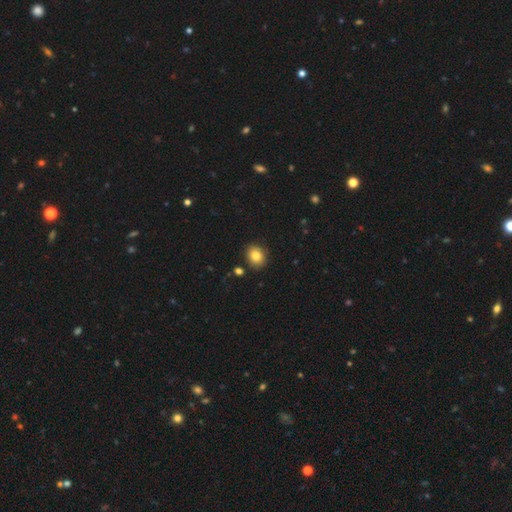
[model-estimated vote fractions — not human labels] smooth-or-featured: smooth: 83% | star or artifact: 10% | featured or disk: 7%
  how-rounded: round: 51% | in between: 48% | cigar-shaped: 1%
  merging: none: 87% | minor disturbance: 9% | merger: 3% | major disturbance: 2%